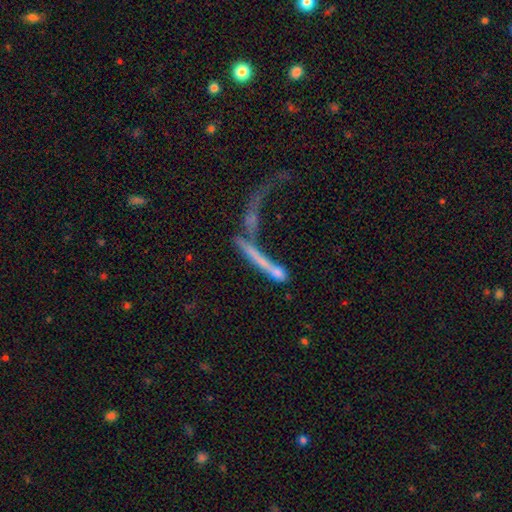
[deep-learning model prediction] Morphology: type=smooth (46%); merging=merger (38%).